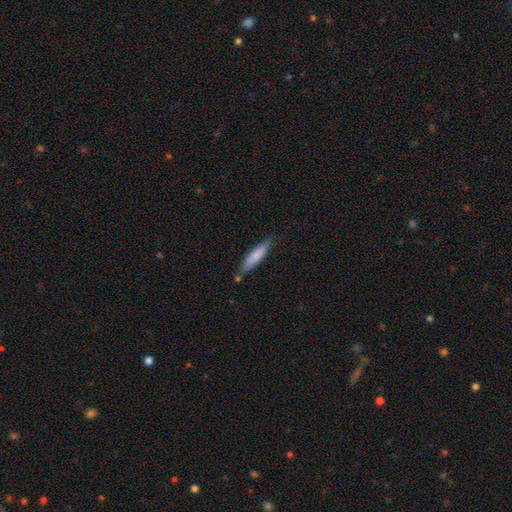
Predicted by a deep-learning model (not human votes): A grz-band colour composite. It shows a smooth galaxy with no disk features (74%) that is cigar-shaped (79%). Merging: none (75%).